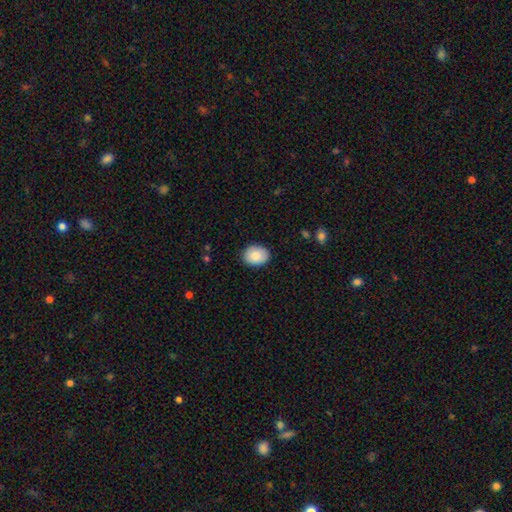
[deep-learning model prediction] Smooth or featured: smooth — 84% (featured or disk — 9%)
How rounded: in between — 61% (round — 38%)
Merging: none — 87% (minor disturbance — 10%)